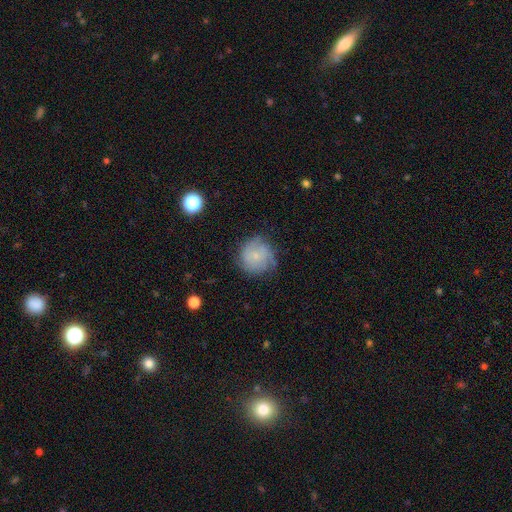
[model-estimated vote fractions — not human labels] This appears to be a smooth galaxy with no disk features (48%). Merging: none (68%).